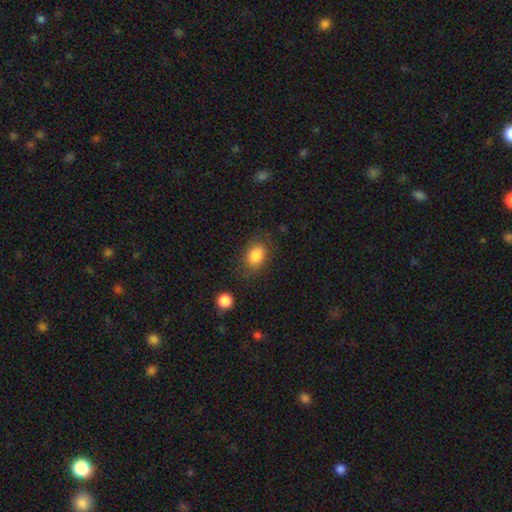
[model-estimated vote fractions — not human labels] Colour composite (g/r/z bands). It shows a smooth galaxy with no disk features (83%) that is in between round and cigar-shaped (76%). Merging: none (71%).